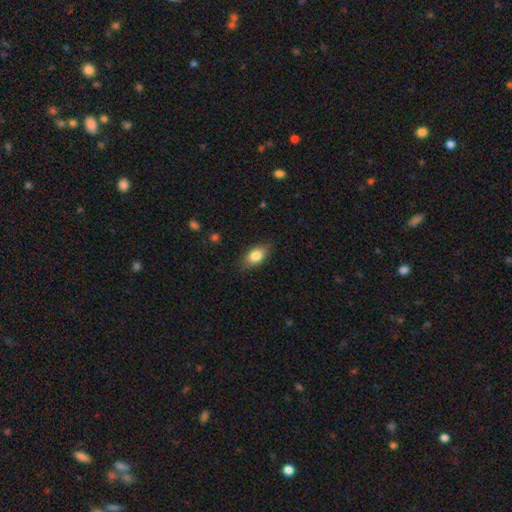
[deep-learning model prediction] Smooth or featured? smooth (80%)
How rounded? in between (85%)
Merging? none (82%)